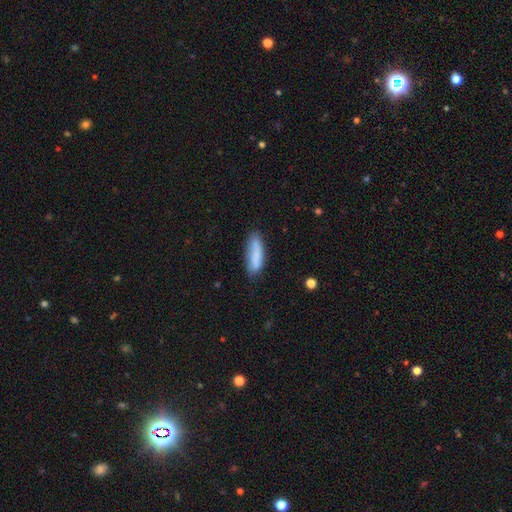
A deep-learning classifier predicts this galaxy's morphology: Overall: smooth (79%). How rounded: cigar-shaped (49%, tied with in between). Merging: none (66%).